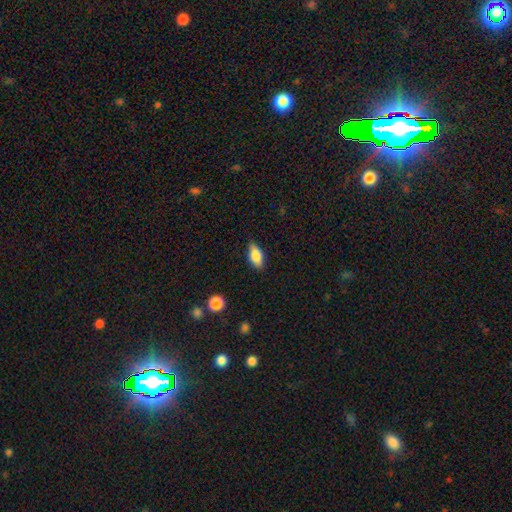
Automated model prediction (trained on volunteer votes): This is likely a smooth galaxy (78%). How rounded: clearly in between (86%). Merging: clearly none (83%).